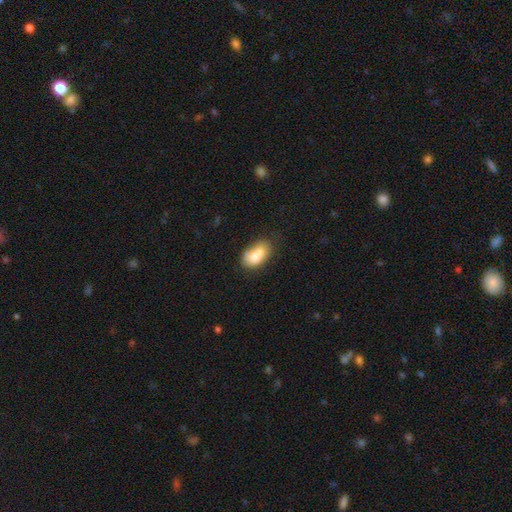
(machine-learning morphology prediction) type=smooth (76%); roundness=in between (90%); merging=none (42%).